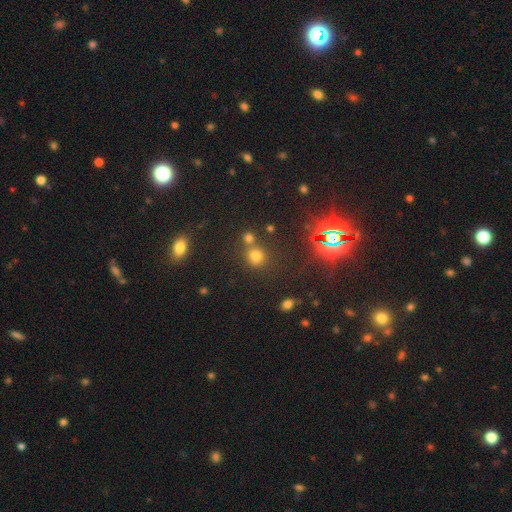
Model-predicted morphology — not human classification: type=smooth (62%); roundness=round (85%); merging=none (62%).